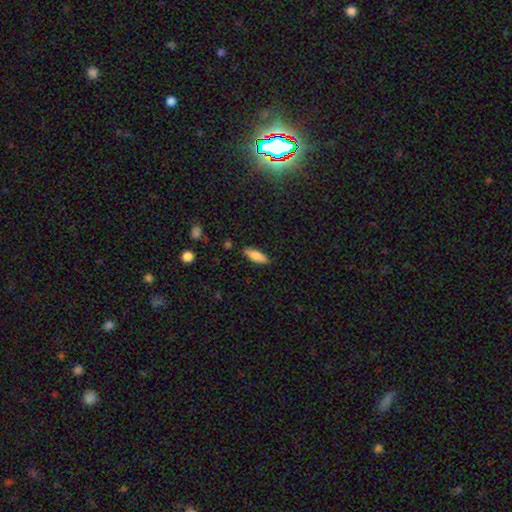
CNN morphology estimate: Smooth or featured? smooth (76%)
How rounded? in between (50%)
Merging? none (87%)